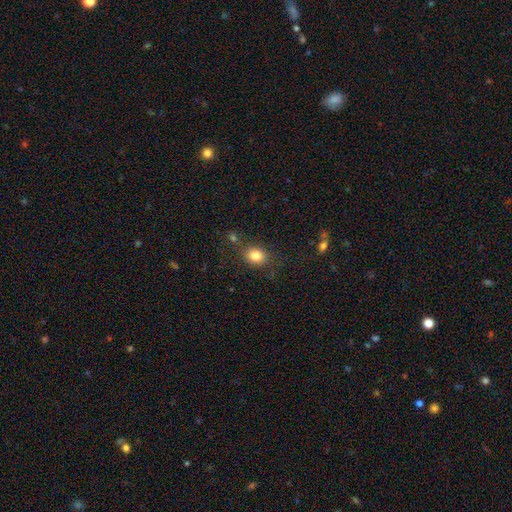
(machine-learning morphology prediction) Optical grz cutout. It shows a smooth galaxy with no disk features (83%) that is round (55%). Merging: none (76%).